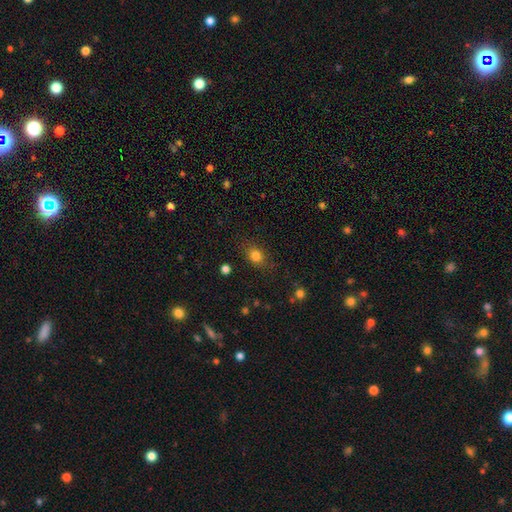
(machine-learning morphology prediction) smooth_or_featured: smooth (p=0.80) [alt: star or artifact p=0.12]
how_rounded: in between (p=0.50) [alt: round p=0.48]
merging: none (p=0.80) [alt: minor disturbance p=0.14]